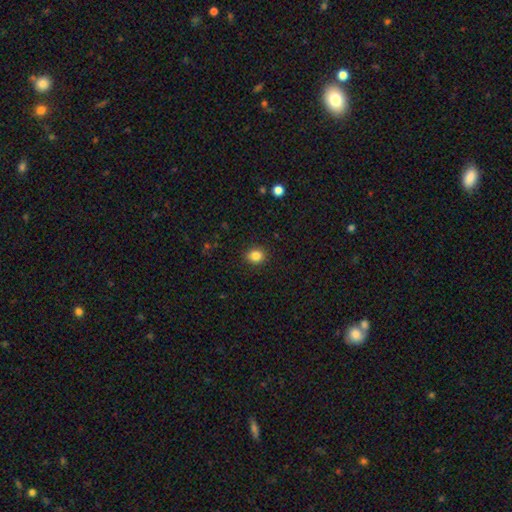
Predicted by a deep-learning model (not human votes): Q: Smooth or featured?
A: smooth (85%); runner-up: star or artifact (11%)
Q: How rounded?
A: round (70%); runner-up: in between (30%)
Q: Merging?
A: none (89%); runner-up: minor disturbance (8%)